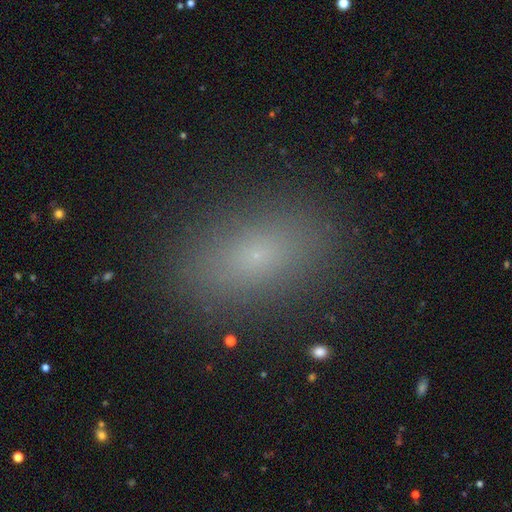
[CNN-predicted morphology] smooth-or-featured: smooth: 70% | star or artifact: 17% | featured or disk: 13%
  how-rounded: in between: 83% | round: 10% | cigar-shaped: 7%
  merging: none: 87% | minor disturbance: 9% | major disturbance: 3% | merger: 1%